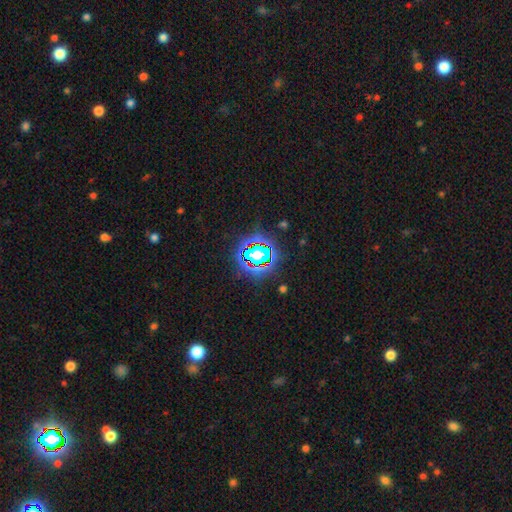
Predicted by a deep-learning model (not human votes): Smooth or featured: star or artifact — 64% (smooth — 23%)